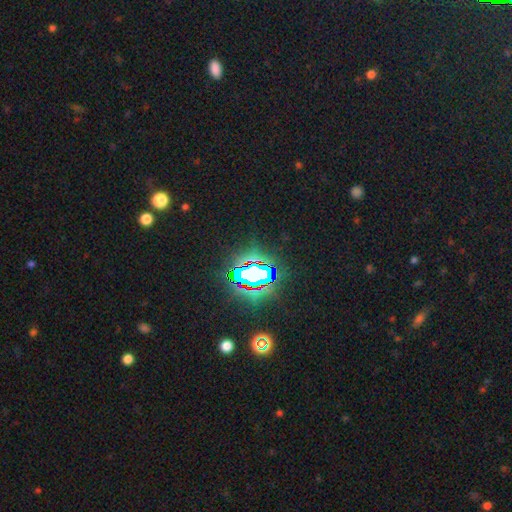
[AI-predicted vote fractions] Smooth or featured? star or artifact (82%)